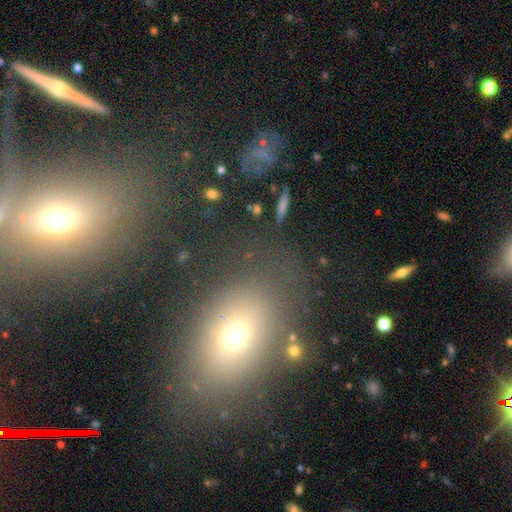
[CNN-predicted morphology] Overall: smooth (51%; star or artifact 28%). How rounded: in between (69%). Merging: none (74%).